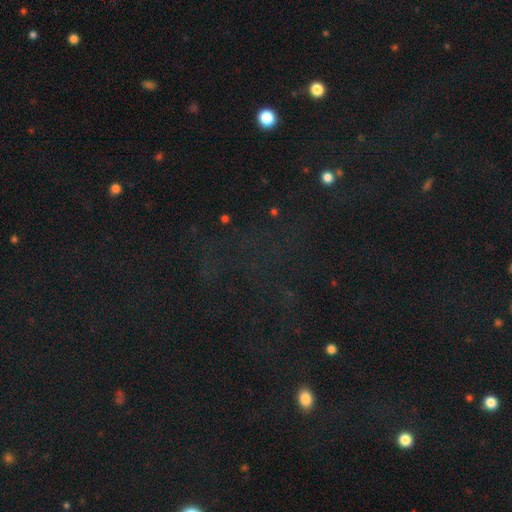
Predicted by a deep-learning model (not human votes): Smooth or featured? star or artifact (71%)